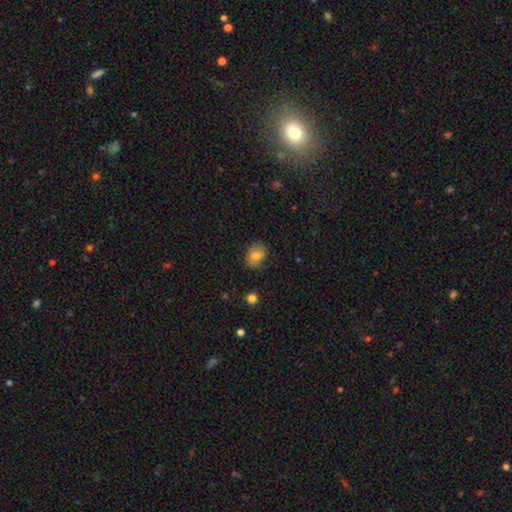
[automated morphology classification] The model was most divided on "how rounded": in between: 54%, round: 45%, cigar-shaped: 1%. More confident: merging — none (78%); smooth or featured — smooth (77%).